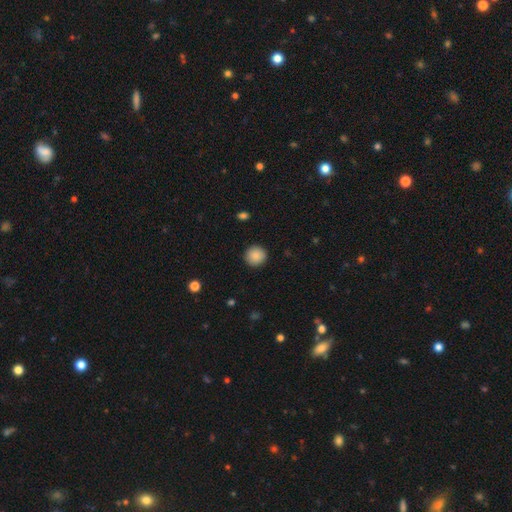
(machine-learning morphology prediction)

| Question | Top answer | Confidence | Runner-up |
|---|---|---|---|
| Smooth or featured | smooth | 88% | star or artifact (8%) |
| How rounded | round | 94% | in between (5%) |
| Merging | none | 92% | minor disturbance (6%) |